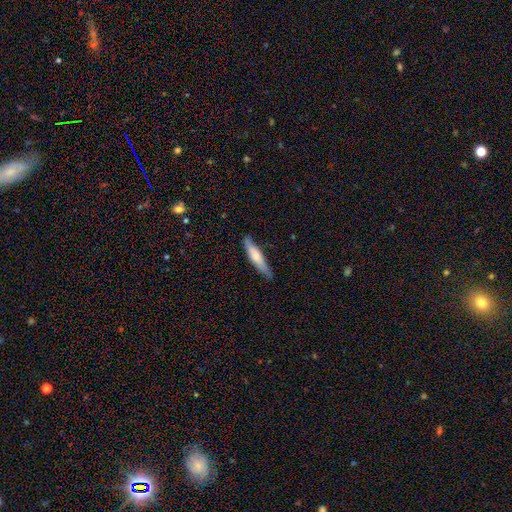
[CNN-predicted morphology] Overall: smooth (65%; featured or disk 30%). How rounded: cigar-shaped (83%). Merging: none (80%).